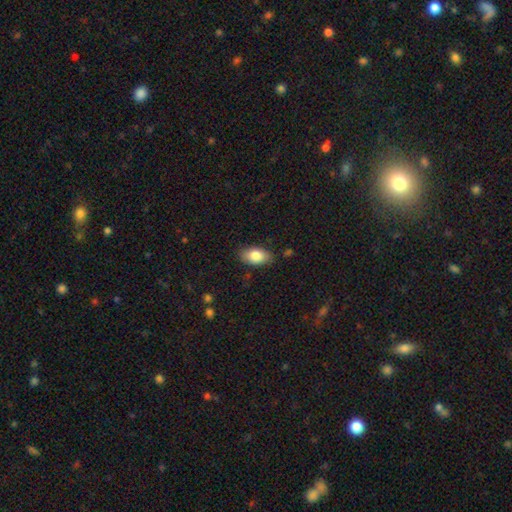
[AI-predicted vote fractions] This appears to be a smooth galaxy with no disk features (83%) that is in between round and cigar-shaped (92%). Merging: none (83%).